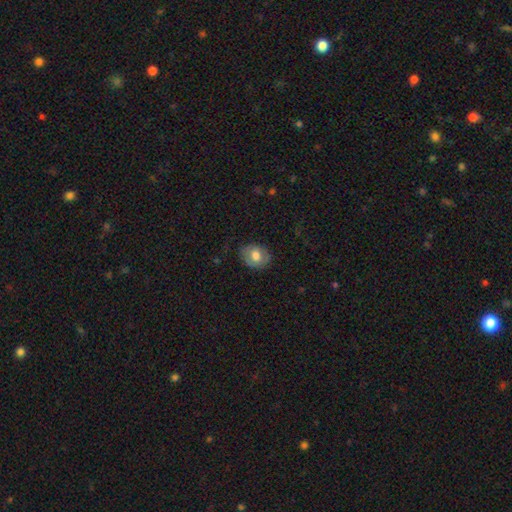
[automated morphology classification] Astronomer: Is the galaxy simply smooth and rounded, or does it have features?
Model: smooth — 71%.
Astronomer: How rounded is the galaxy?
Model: in between — 53% (runner-up: round, 46%).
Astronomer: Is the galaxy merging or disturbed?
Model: none — 78%.